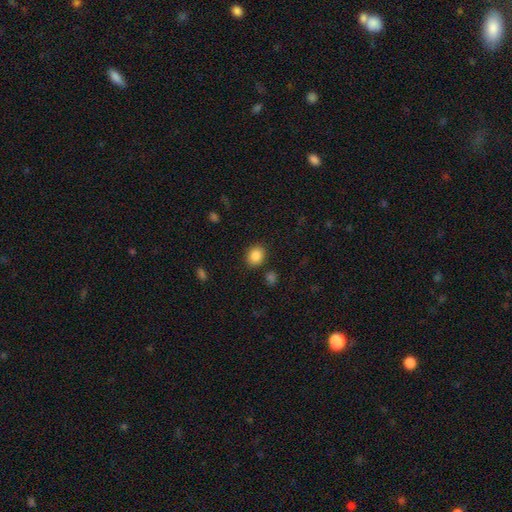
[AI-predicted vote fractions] The model was most divided on "how rounded": round: 58%, in between: 41%, cigar-shaped: 1%. More confident: smooth or featured — smooth (86%); merging — none (85%).